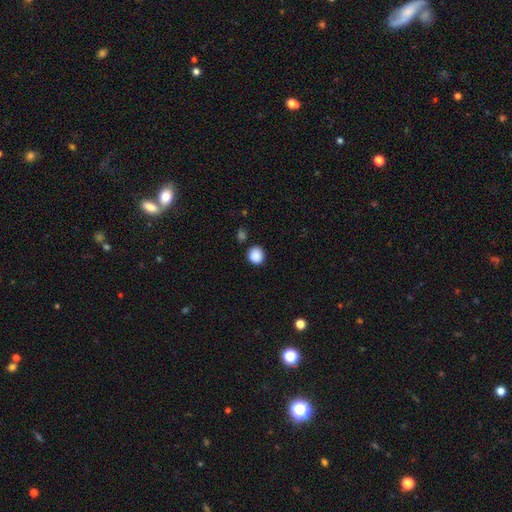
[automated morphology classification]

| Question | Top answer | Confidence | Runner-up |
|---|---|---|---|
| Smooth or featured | smooth | 89% | star or artifact (9%) |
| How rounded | round | 88% | in between (12%) |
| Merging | none | 86% | minor disturbance (8%) |